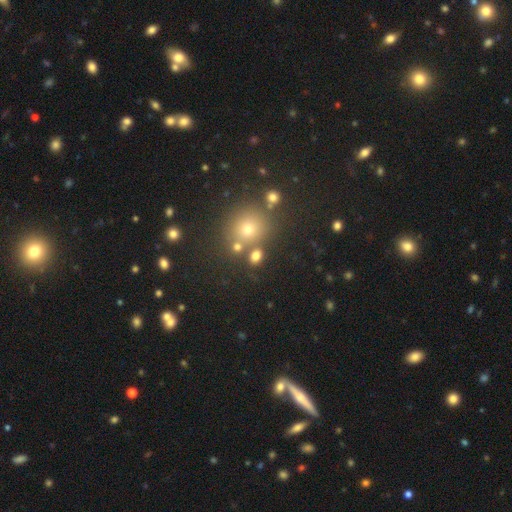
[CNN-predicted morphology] Q: Smooth or featured?
A: smooth (73%); runner-up: star or artifact (18%)
Q: How rounded?
A: round (55%); runner-up: in between (43%)
Q: Merging?
A: none (68%); runner-up: merger (16%)